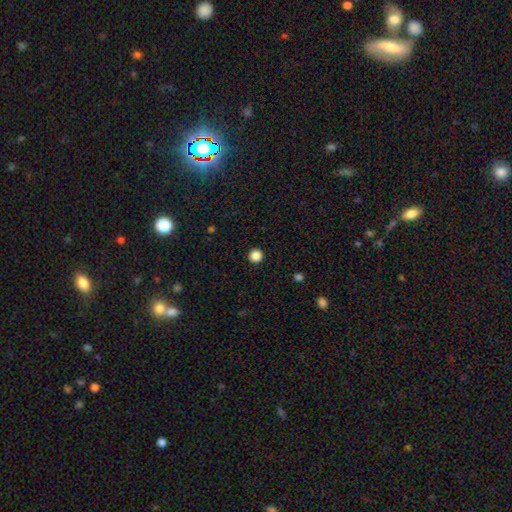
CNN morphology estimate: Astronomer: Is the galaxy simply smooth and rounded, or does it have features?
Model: smooth — 87%.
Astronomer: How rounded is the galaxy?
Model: round — 95%.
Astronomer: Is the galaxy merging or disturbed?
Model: none — 94%.